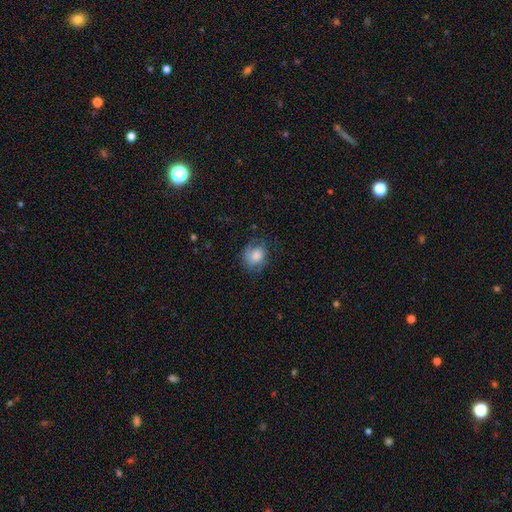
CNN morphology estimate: Smooth or featured? Predicted: smooth (p=0.65). How rounded? Predicted: round (p=0.55). Merging? Predicted: none (p=0.61).